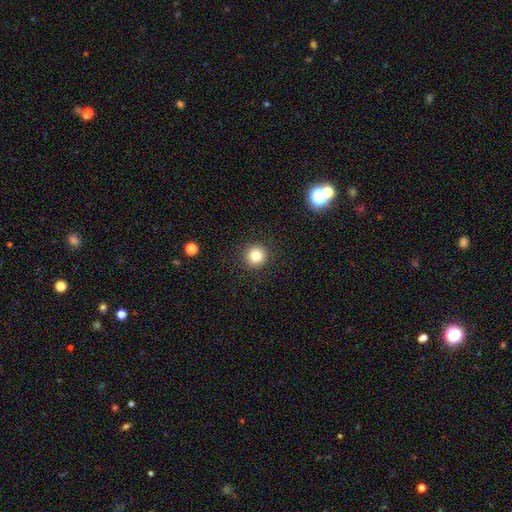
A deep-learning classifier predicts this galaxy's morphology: A smooth galaxy with no disk features (81%) that is round (95%). Merging: none (92%).